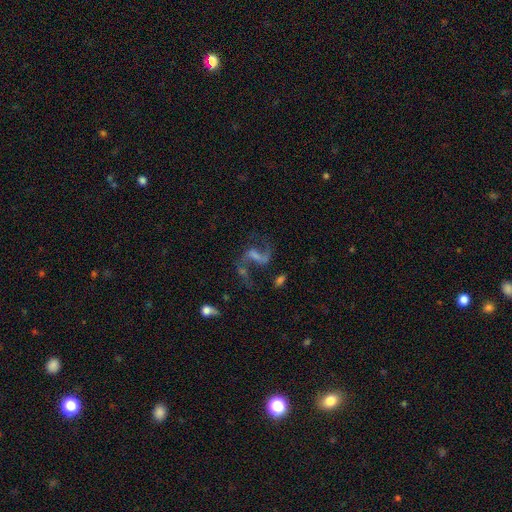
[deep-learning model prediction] featured or disk 80%, star or artifact 12%, smooth 8%. Down the decision tree: edge-on disk — no (97%); bar — weak (45%); spiral arms — yes (93%); spiral arm count — 2 (90%); spiral winding — loose (70%); bulge size — none (36%); merging — none (56%).